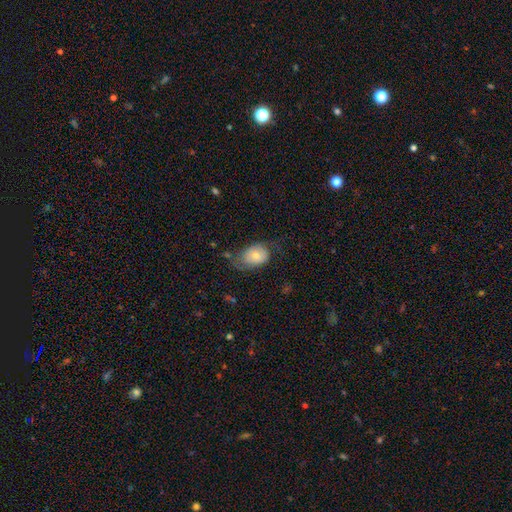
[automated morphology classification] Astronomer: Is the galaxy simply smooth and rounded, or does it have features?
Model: smooth — 69%.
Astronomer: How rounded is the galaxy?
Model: in between — 73%.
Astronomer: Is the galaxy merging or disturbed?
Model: none — 40% (runner-up: minor disturbance, 35%).